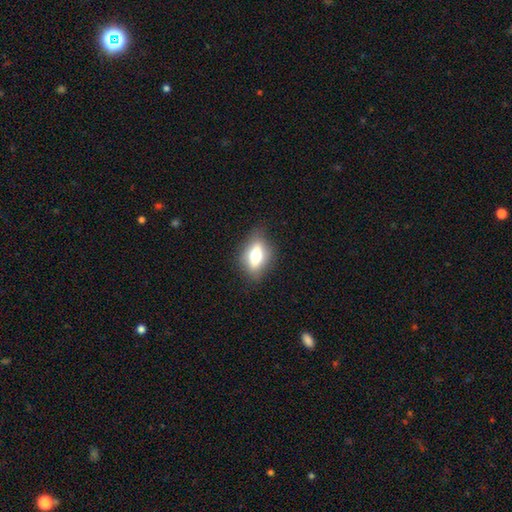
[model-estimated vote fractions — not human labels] The model was most divided on "smooth or featured": smooth: 55%, featured or disk: 37%, star or artifact: 9%. More confident: merging — none (81%); how rounded — in between (74%).